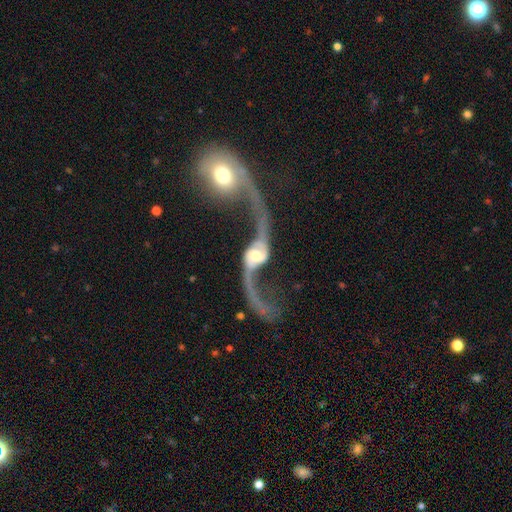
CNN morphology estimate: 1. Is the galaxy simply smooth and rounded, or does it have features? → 88% featured or disk, 7% smooth, 5% star or artifact.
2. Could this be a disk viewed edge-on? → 92% no, 8% yes.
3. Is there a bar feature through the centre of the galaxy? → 45% no, 32% weak, 23% strong.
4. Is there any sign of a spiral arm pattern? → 92% yes, 8% no.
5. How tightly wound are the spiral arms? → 94% loose, 4% medium, 2% tight.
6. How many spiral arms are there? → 92% 2, 3% 1, 1% can't tell, 1% 3, 1% 4, 1% more than 4.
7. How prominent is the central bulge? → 56% moderate, 19% small, 17% large, 5% dominant, 3% none.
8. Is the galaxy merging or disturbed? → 33% none, 29% merger, 27% major disturbance, 11% minor disturbance.